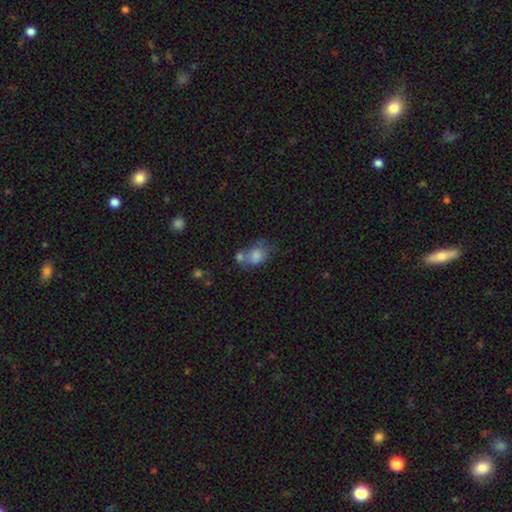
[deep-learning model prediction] Overall: smooth (73%). How rounded: in between (67%; round 32%). Merging: merger (41%; none 26%).